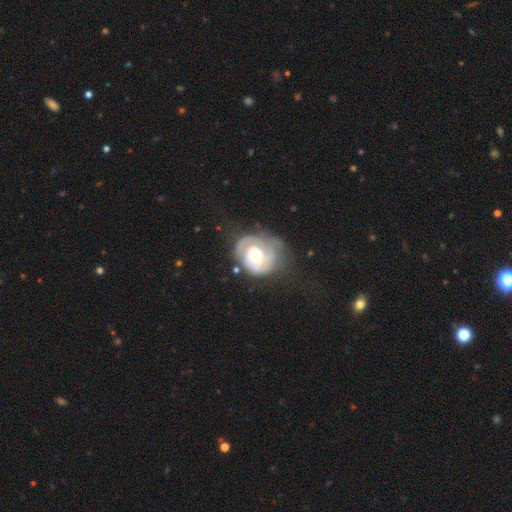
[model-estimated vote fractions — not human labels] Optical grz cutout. It shows a featured or disk galaxy (77%) with no bar (71%), 2 (35%) tight (66%) spiral arms (85%) and a moderate central bulge (71%). Merging: none (52%).